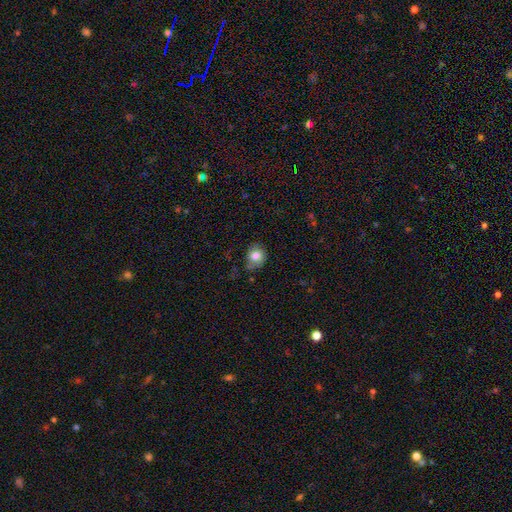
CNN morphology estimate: Smooth or featured?
  - smooth: 78% *
  - featured or disk: 13%
  - star or artifact: 9%
How rounded?
  - round: 58% *
  - in between: 42%
  - cigar-shaped: 1%
Merging?
  - none: 60% *
  - minor disturbance: 28%
  - major disturbance: 10%
  - merger: 2%